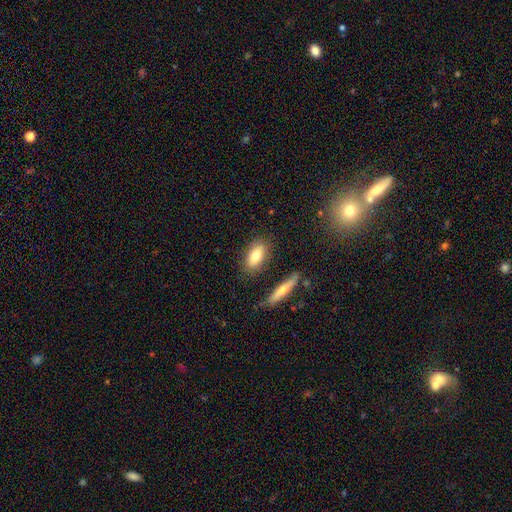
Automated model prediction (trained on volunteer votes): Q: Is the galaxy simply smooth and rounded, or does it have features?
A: smooth — 74%.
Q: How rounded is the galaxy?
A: in between — 81%.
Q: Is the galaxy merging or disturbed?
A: none — 79%.